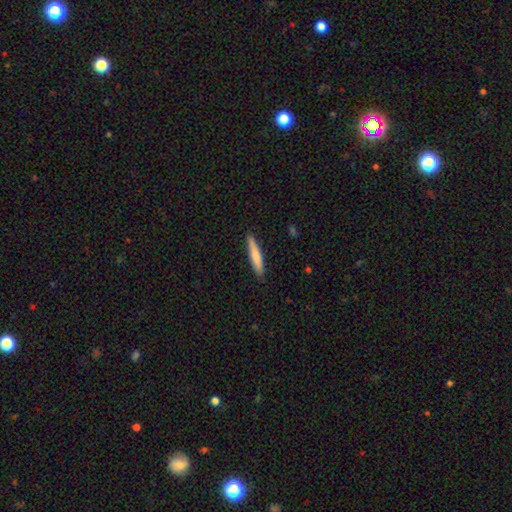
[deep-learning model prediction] Overall: smooth (73%). How rounded: cigar-shaped (92%). Merging: none (90%).